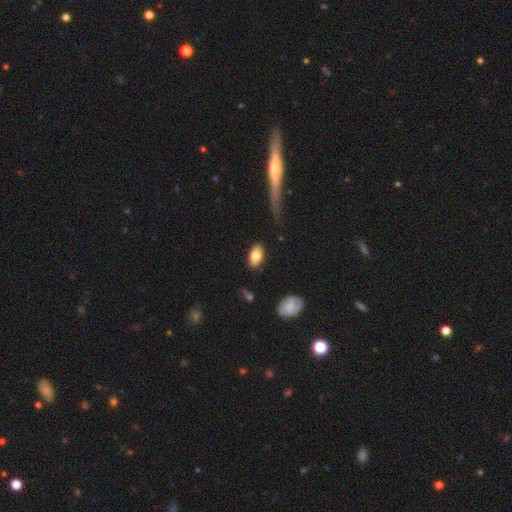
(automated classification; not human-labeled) smooth-or-featured: smooth: 78% | featured or disk: 15% | star or artifact: 7%
  how-rounded: in between: 91% | round: 6% | cigar-shaped: 3%
  merging: none: 84% | minor disturbance: 12% | major disturbance: 3% | merger: 2%